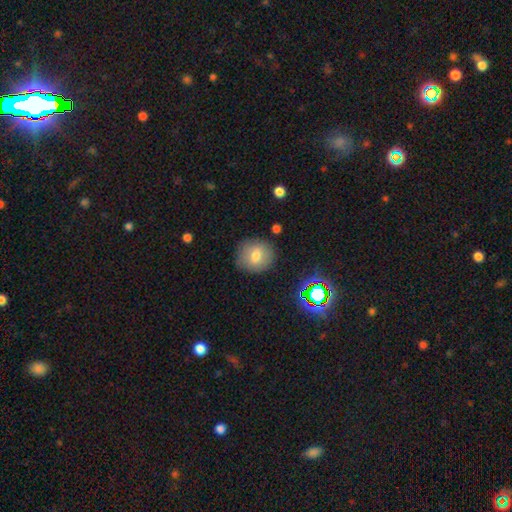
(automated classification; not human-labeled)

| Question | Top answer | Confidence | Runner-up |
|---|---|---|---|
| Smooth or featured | smooth | 73% | featured or disk (15%) |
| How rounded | round | 82% | in between (16%) |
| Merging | none | 83% | minor disturbance (12%) |